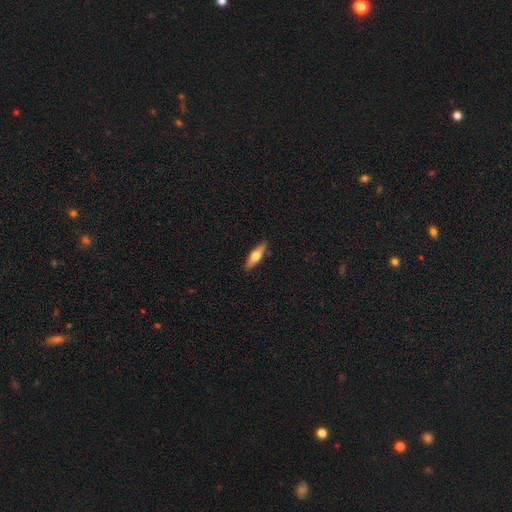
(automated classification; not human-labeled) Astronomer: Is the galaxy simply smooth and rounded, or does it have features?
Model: smooth — 48% (runner-up: featured or disk, 46%).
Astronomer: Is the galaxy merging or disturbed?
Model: none — 90%.